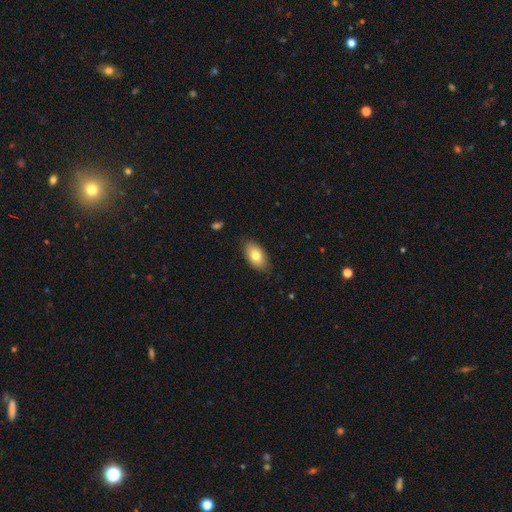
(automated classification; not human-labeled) A smooth galaxy with no disk features (78%) that is in between round and cigar-shaped (92%). Merging: none (84%).